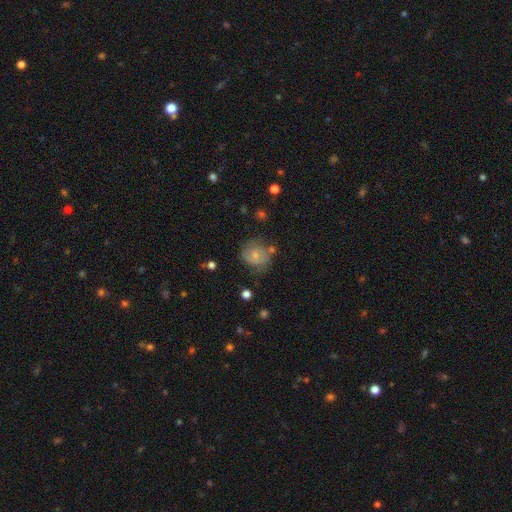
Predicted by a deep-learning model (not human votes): This is possibly a smooth galaxy (50%). Merging: possibly none (58%).